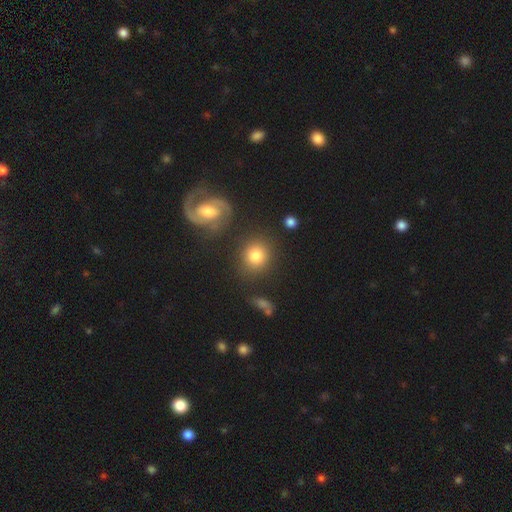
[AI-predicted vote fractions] Q: Smooth or featured?
A: smooth (77%); runner-up: featured or disk (13%)
Q: How rounded?
A: round (81%); runner-up: in between (18%)
Q: Merging?
A: none (77%); runner-up: minor disturbance (11%)